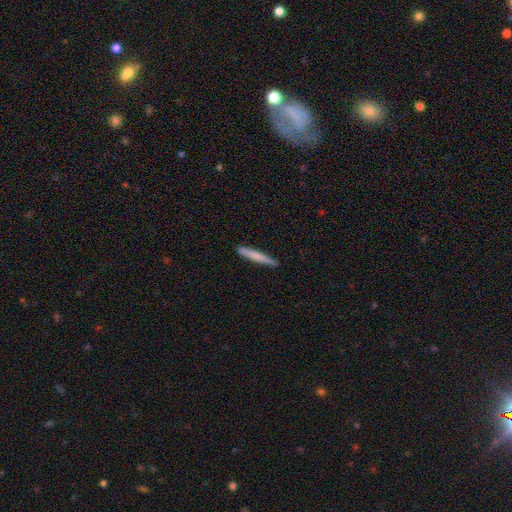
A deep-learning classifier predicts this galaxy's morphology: A smooth galaxy with no disk features (68%) that is cigar-shaped (96%).

Vote fractions:
- Smooth or featured? smooth: 68% / featured or disk: 27% / star or artifact: 5%
- How rounded? cigar-shaped: 96% / in between: 3% / round: 1%
- Merging? none: 88% / minor disturbance: 9% / major disturbance: 2% / merger: 1%